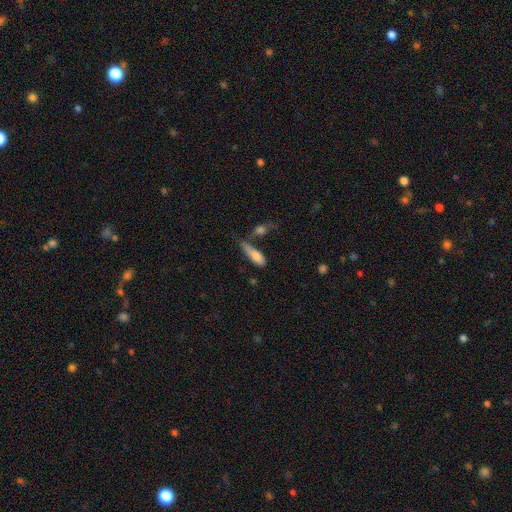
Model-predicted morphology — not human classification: Smooth or featured: smooth — 77% (featured or disk — 16%)
How rounded: in between — 55% (cigar-shaped — 42%)
Merging: none — 35% (merger — 26%)